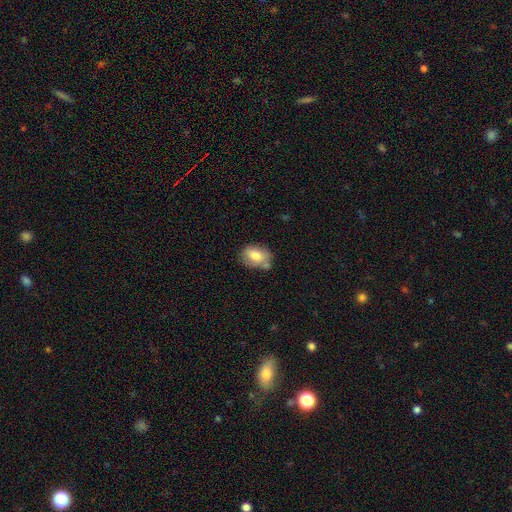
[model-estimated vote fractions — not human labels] smooth 75%, featured or disk 17%, star or artifact 8%. Down the decision tree: how rounded — in between (74%); merging — none (59%).